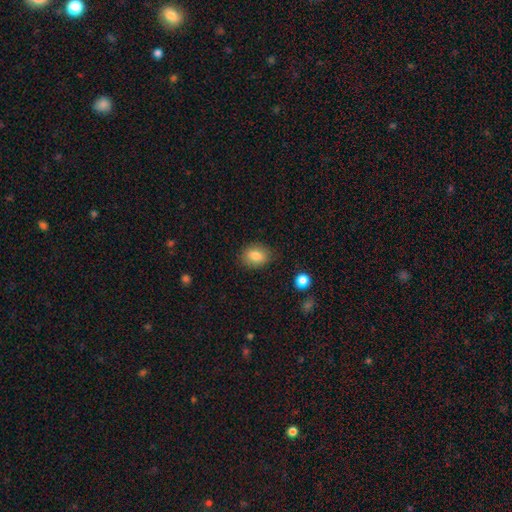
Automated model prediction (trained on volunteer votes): Q: Smooth or featured?
A: smooth (83%); runner-up: star or artifact (9%)
Q: How rounded?
A: in between (66%); runner-up: round (33%)
Q: Merging?
A: none (81%); runner-up: minor disturbance (15%)